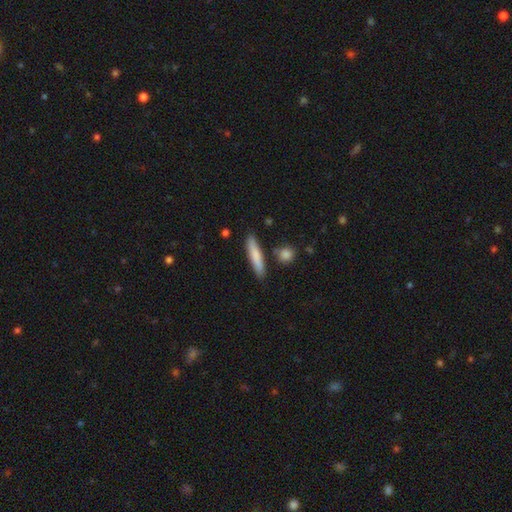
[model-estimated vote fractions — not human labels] smooth_or_featured: smooth (p=0.78) [alt: featured or disk p=0.16]
how_rounded: cigar-shaped (p=0.87) [alt: in between p=0.11]
merging: none (p=0.85) [alt: minor disturbance p=0.09]